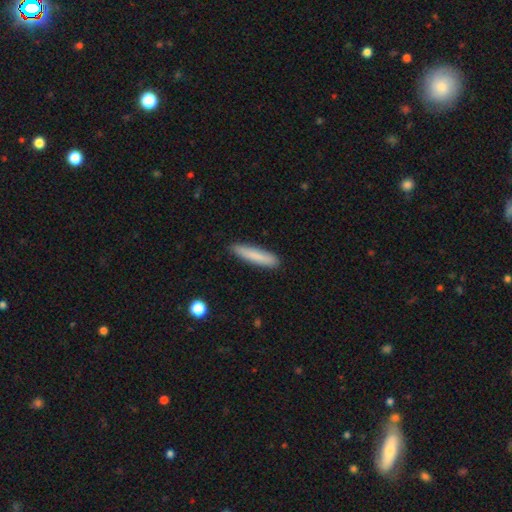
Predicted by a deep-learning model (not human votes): This is clearly a smooth galaxy (82%). How rounded: clearly cigar-shaped (88%). Merging: clearly none (88%).